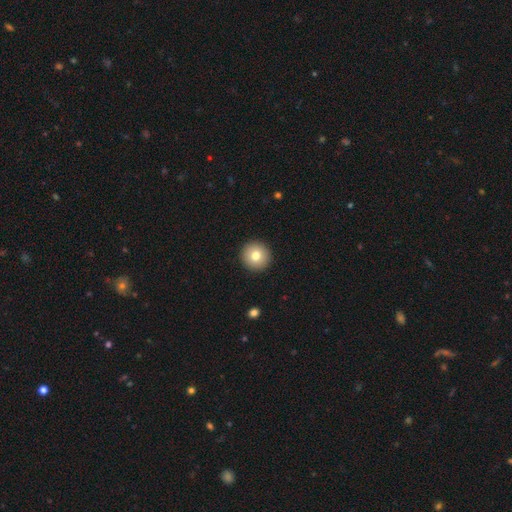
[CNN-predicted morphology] smooth-or-featured: smooth: 77% | featured or disk: 13% | star or artifact: 10%
  how-rounded: round: 96% | in between: 3% | cigar-shaped: 1%
  merging: none: 93% | minor disturbance: 4% | major disturbance: 2% | merger: 1%